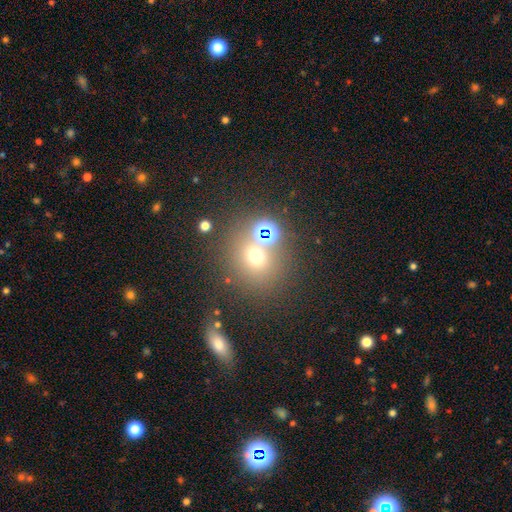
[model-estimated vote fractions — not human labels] Smooth or featured? smooth (62%)
How rounded? round (80%)
Merging? none (69%)